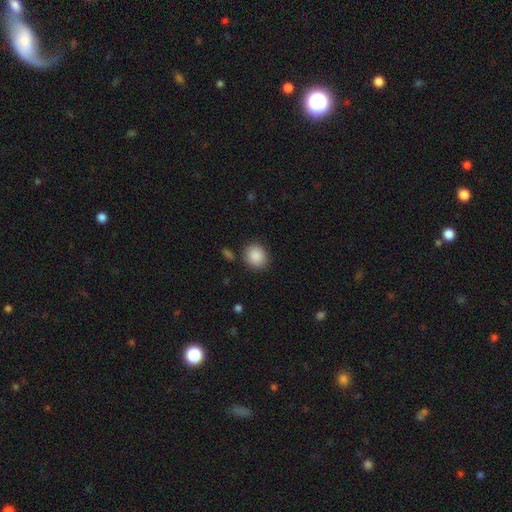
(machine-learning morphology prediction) Smooth or featured: smooth — 89% (star or artifact — 8%)
How rounded: round — 73% (in between — 26%)
Merging: none — 85% (minor disturbance — 9%)